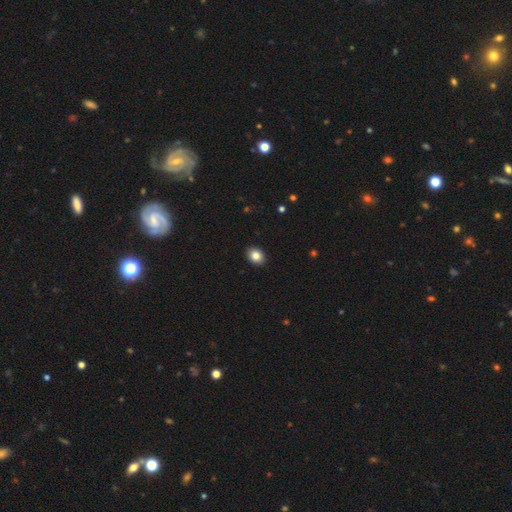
Smooth or featured: smooth — 89% (star or artifact — 8%)
How rounded: in between — 62% (round — 38%)
Merging: none — 100%